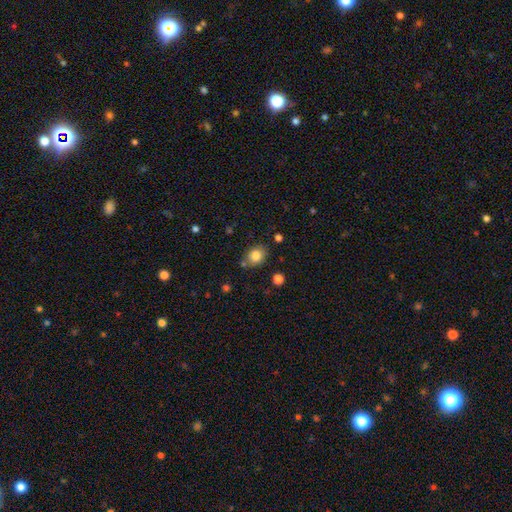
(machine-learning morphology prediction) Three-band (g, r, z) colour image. It shows a smooth galaxy with no disk features (83%) that is round (50%). Merging: none (74%).